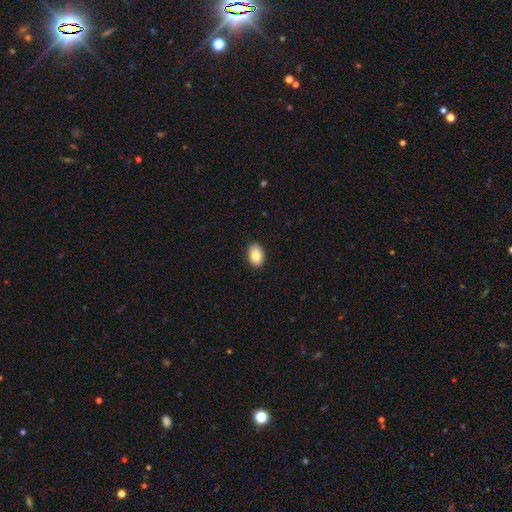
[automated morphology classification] smooth 84%, featured or disk 9%, star or artifact 8%. Down the decision tree: how rounded — in between (85%); merging — none (87%).